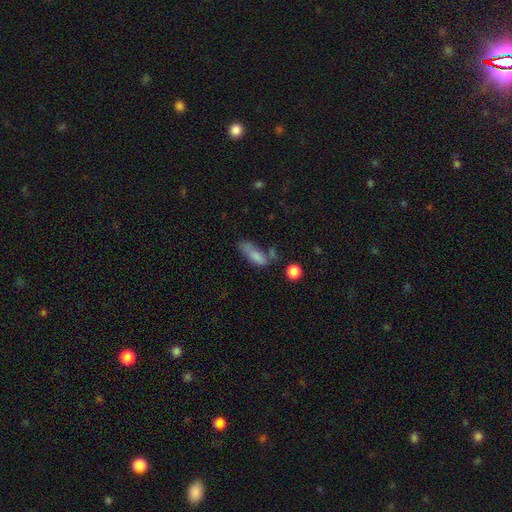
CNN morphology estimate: type=smooth (75%); roundness=in between (60%); merging=none (36%).